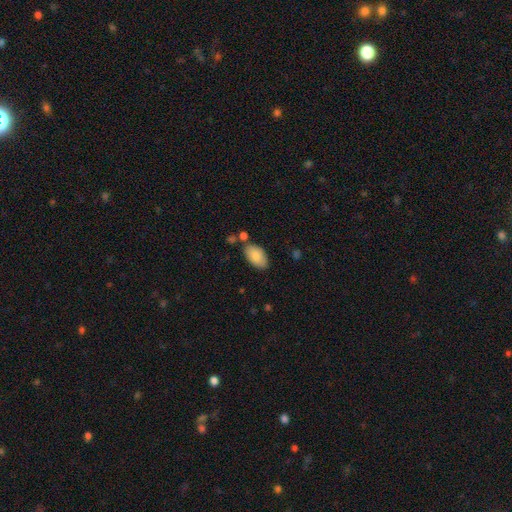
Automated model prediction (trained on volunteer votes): Q: Smooth or featured?
A: smooth (85%); runner-up: featured or disk (9%)
Q: How rounded?
A: in between (95%); runner-up: round (4%)
Q: Merging?
A: none (75%); runner-up: minor disturbance (14%)